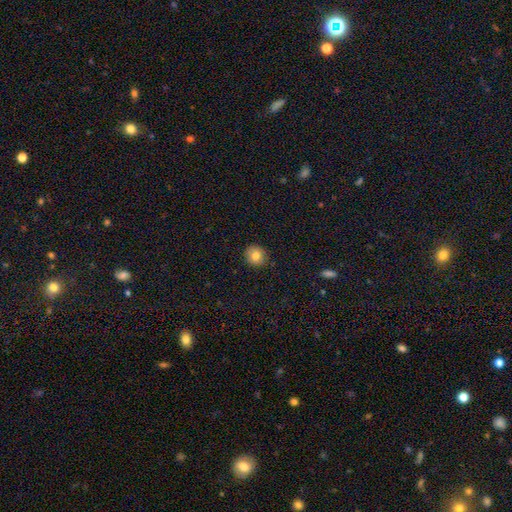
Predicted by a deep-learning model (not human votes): This appears to be a smooth galaxy with no disk features (81%) that is round (88%). Merging: none (89%).